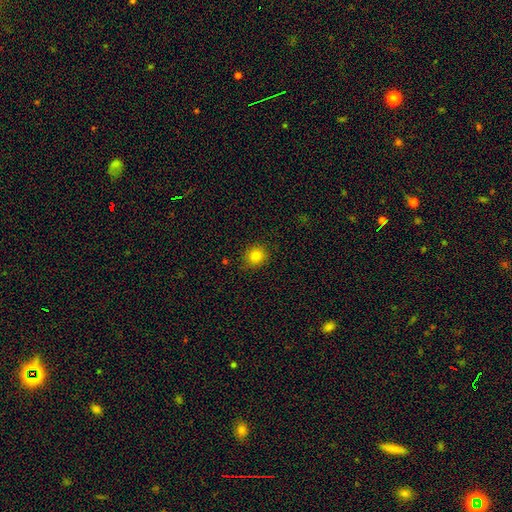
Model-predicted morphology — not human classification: The model was most divided on "how rounded": round: 82%, in between: 17%, cigar-shaped: 1%. More confident: merging — none (86%); smooth or featured — smooth (82%).